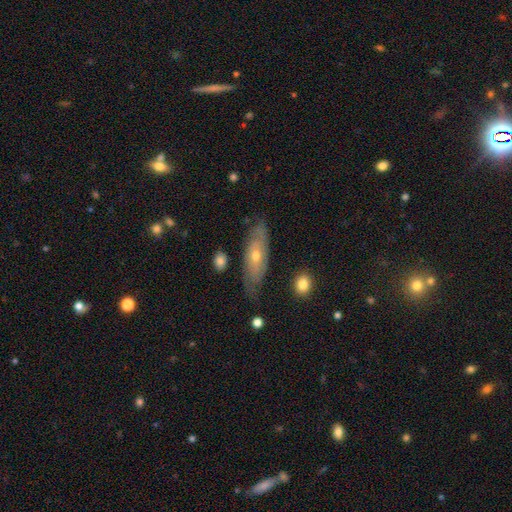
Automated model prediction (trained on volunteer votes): A featured or disk galaxy (65%).

Vote fractions:
- Smooth or featured? featured or disk: 65% / smooth: 27% / star or artifact: 8%
- Edge-on disk? no: 66% / yes: 34%
- Merging? none: 76% / minor disturbance: 18% / major disturbance: 4% / merger: 2%